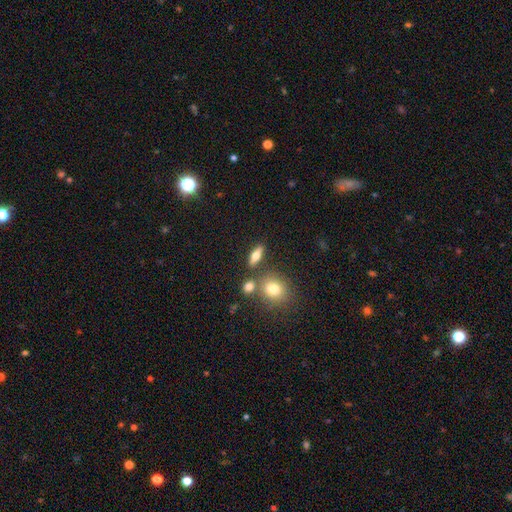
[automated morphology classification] Smooth or featured: smooth — 59% (featured or disk — 30%)
How rounded: in between — 55% (cigar-shaped — 30%)
Merging: none — 76% (minor disturbance — 10%)